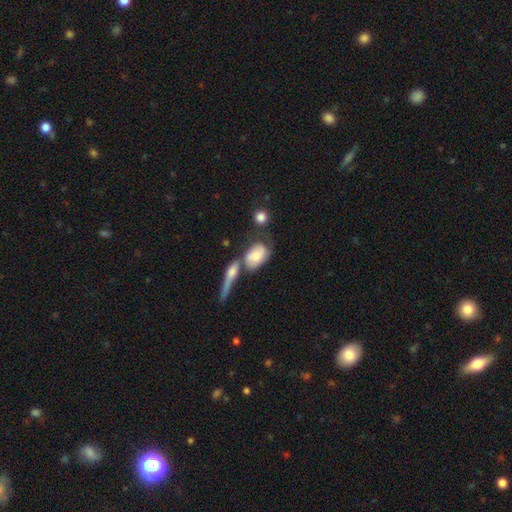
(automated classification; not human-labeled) A smooth galaxy with no disk features (56%) that is in between round and cigar-shaped (79%). Merging: merger (38%).